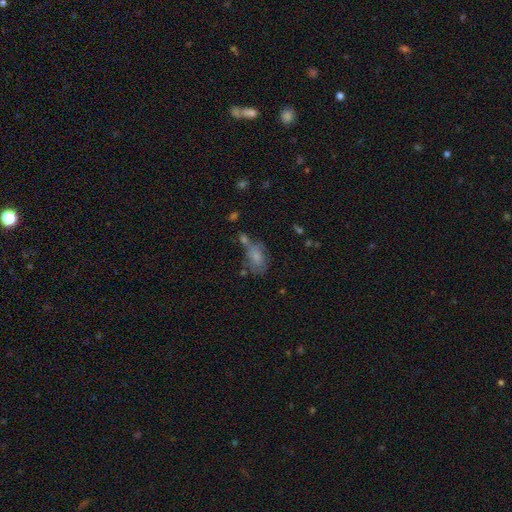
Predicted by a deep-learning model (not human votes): smooth-or-featured: smooth: 69% | featured or disk: 20% | star or artifact: 11%
  how-rounded: in between: 82% | round: 15% | cigar-shaped: 3%
  merging: none: 37% | merger: 25% | minor disturbance: 23% | major disturbance: 15%